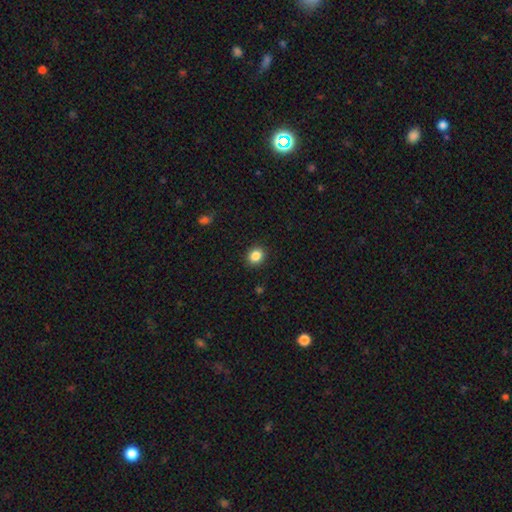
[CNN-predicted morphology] smooth 86%, star or artifact 10%, featured or disk 4%. Down the decision tree: how rounded — round (67%); merging — none (91%).